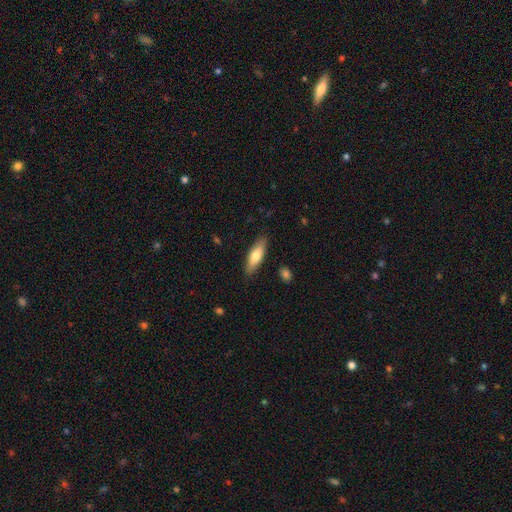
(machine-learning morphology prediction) Smooth or featured? Predicted: smooth (p=0.68). How rounded? Predicted: in between (p=0.51). Merging? Predicted: none (p=0.87).